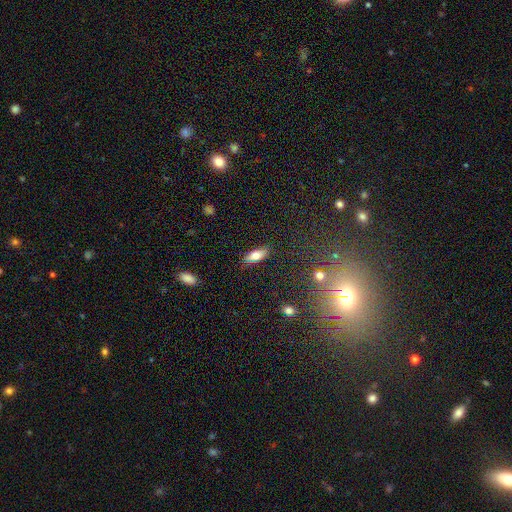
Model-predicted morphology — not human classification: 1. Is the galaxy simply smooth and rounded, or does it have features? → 72% smooth, 20% featured or disk, 8% star or artifact.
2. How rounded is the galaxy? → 68% in between, 29% cigar-shaped, 3% round.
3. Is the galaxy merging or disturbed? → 82% none, 14% minor disturbance, 3% major disturbance, 2% merger.